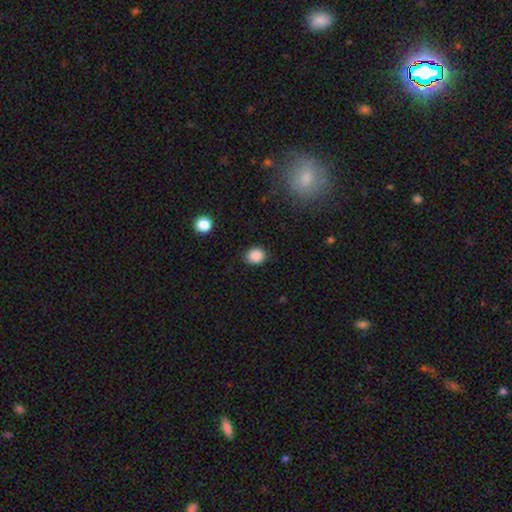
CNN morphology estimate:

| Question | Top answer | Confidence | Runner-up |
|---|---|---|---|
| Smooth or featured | smooth | 88% | star or artifact (9%) |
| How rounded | round | 60% | in between (39%) |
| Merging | none | 85% | minor disturbance (11%) |